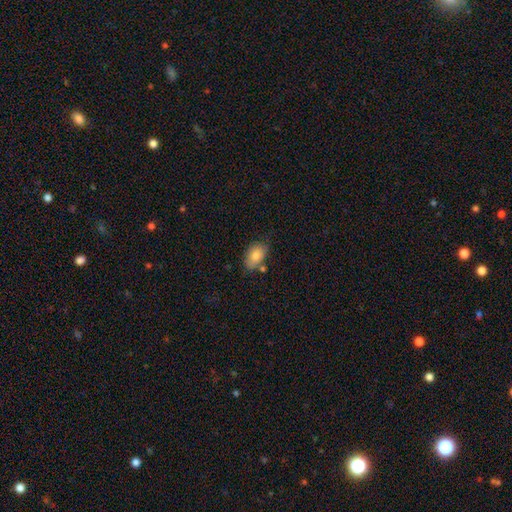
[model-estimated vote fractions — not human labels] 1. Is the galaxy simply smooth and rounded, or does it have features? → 82% smooth, 10% featured or disk, 7% star or artifact.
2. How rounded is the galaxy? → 90% in between, 9% round, 2% cigar-shaped.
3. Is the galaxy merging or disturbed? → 61% none, 24% minor disturbance, 10% merger, 5% major disturbance.